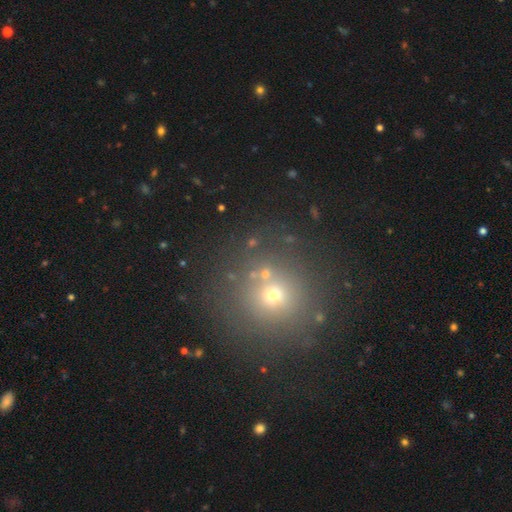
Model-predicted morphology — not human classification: Q: Smooth or featured?
A: smooth (50%); runner-up: star or artifact (39%)
Q: Merging?
A: none (79%); runner-up: merger (9%)